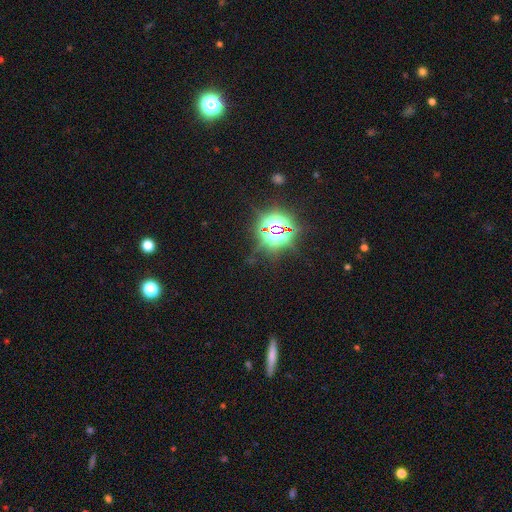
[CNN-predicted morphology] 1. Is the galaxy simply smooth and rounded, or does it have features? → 75% star or artifact, 16% smooth, 9% featured or disk.